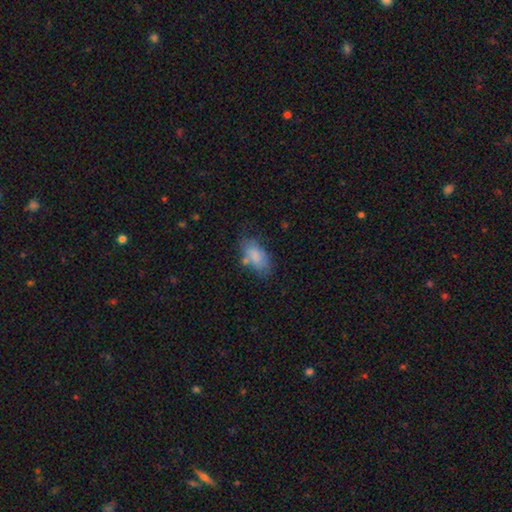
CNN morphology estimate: A smooth galaxy with no disk features (81%) that is in between round and cigar-shaped (90%).

Vote fractions:
- Smooth or featured? smooth: 81% / featured or disk: 11% / star or artifact: 7%
- How rounded? in between: 90% / cigar-shaped: 6% / round: 4%
- Merging? none: 61% / minor disturbance: 22% / merger: 9% / major disturbance: 7%